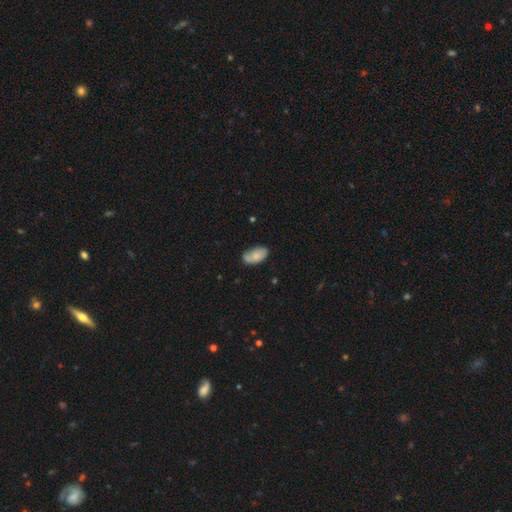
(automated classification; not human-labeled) This is likely a smooth galaxy (71%). How rounded: clearly in between (94%). Merging: likely none (60%).